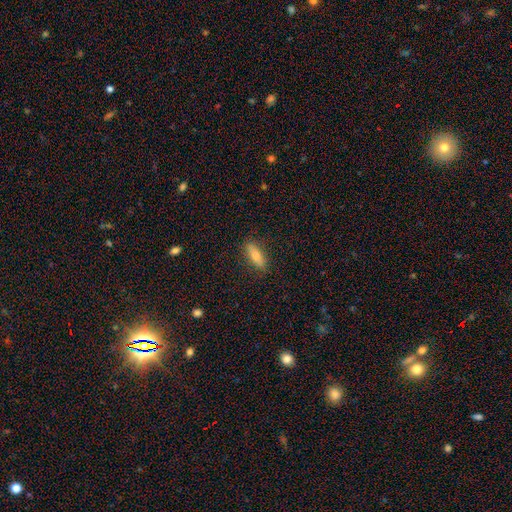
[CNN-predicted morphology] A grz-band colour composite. It shows a smooth galaxy with no disk features (77%) that is in between round and cigar-shaped (56%). Merging: none (85%).